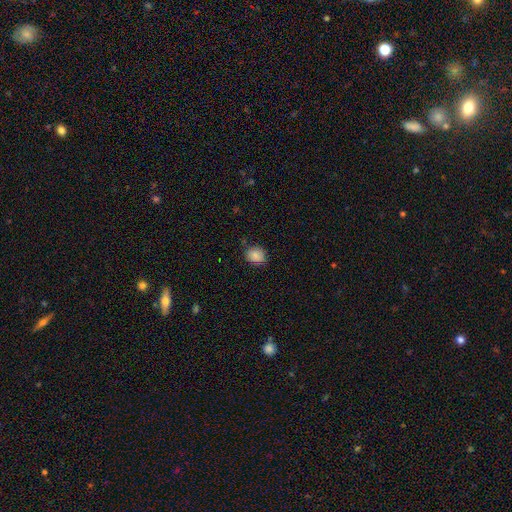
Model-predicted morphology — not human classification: type=smooth (86%); roundness=round (65%); merging=none (78%).